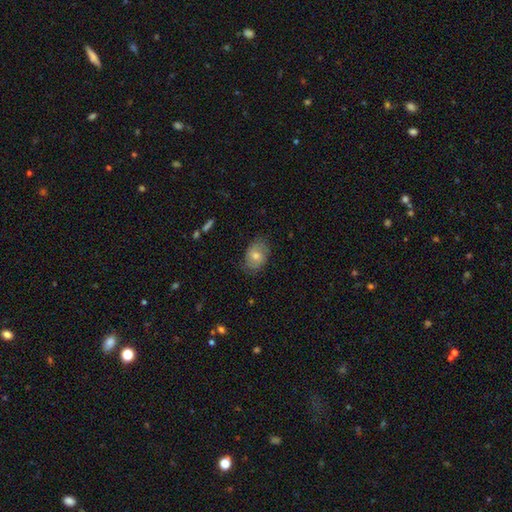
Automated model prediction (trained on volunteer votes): smooth_or_featured: smooth (p=0.56) [alt: featured or disk p=0.33]
how_rounded: in between (p=0.76) [alt: round p=0.22]
merging: none (p=0.79) [alt: minor disturbance p=0.16]